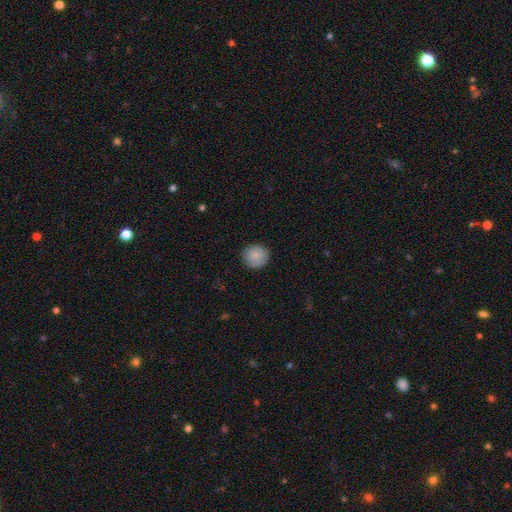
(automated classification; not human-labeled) Smooth or featured? smooth (87%)
How rounded? round (92%)
Merging? none (90%)